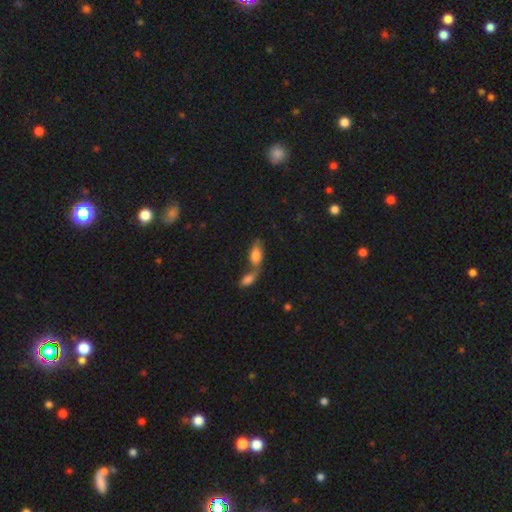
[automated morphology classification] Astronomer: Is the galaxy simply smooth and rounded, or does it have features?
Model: smooth — 75%.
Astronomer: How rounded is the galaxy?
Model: in between — 89%.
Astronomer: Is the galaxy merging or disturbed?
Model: merger — 70%.